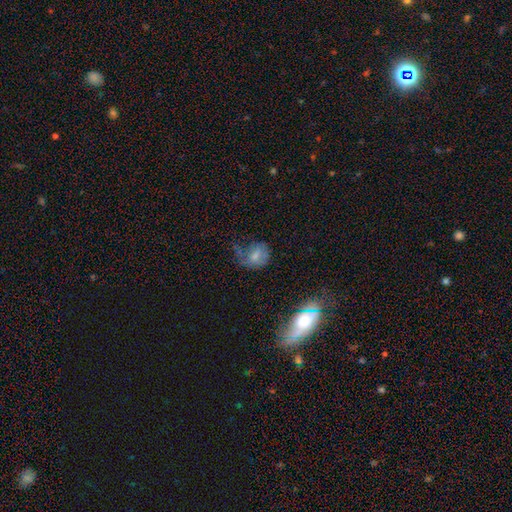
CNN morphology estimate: This appears to be a smooth galaxy with no disk features (60%) that is round (50%). Merging: none (38%).